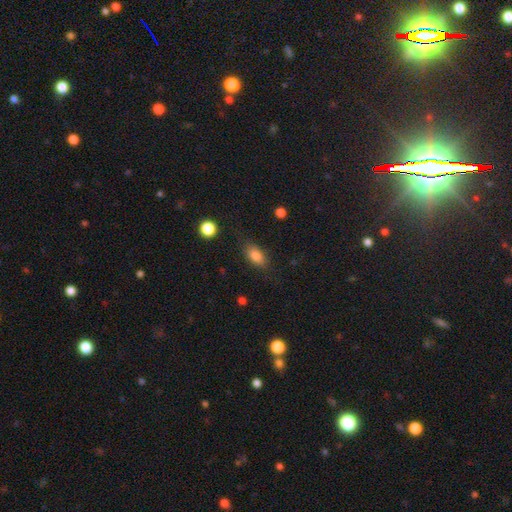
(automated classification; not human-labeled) Smooth or featured? Predicted: smooth (p=0.82). How rounded? Predicted: in between (p=0.85). Merging? Predicted: none (p=0.77).